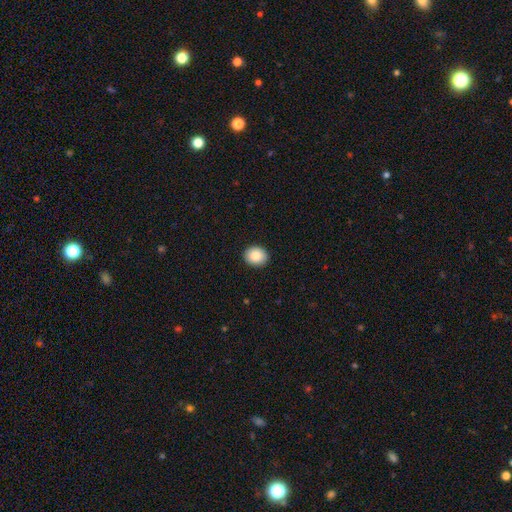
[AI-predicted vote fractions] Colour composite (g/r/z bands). It shows a smooth galaxy with no disk features (88%) that is round (71%). Merging: none (92%).